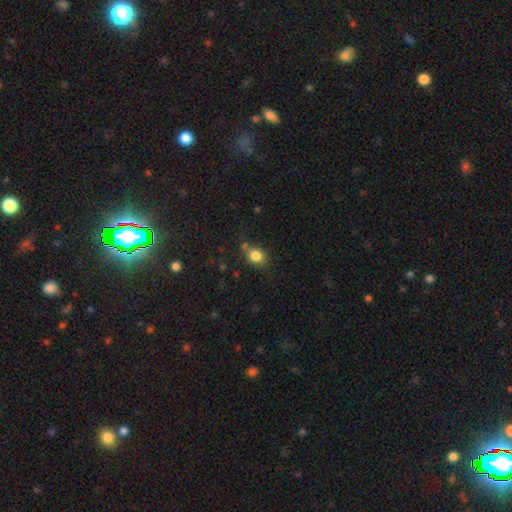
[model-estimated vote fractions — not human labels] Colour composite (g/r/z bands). It shows a smooth galaxy with no disk features (83%) that is round (60%). Merging: none (66%).